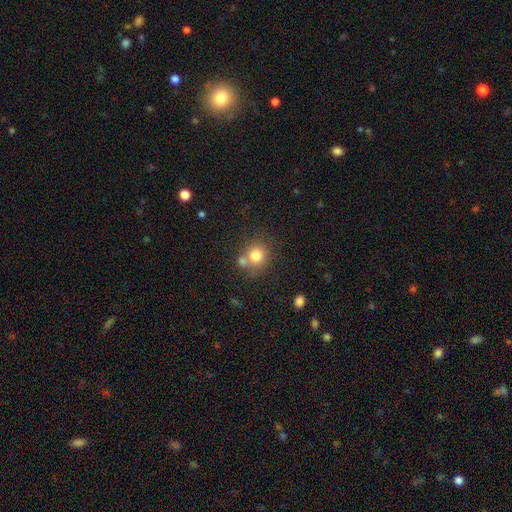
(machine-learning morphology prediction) smooth_or_featured: smooth (p=0.77) [alt: star or artifact p=0.12]
how_rounded: round (p=0.83) [alt: in between p=0.16]
merging: none (p=0.58) [alt: merger p=0.27]